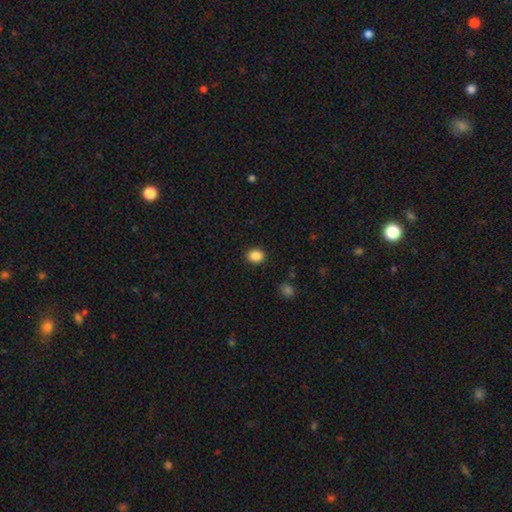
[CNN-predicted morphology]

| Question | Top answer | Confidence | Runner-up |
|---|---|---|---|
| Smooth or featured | smooth | 87% | star or artifact (10%) |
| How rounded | round | 50% | in between (49%) |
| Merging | none | 90% | minor disturbance (7%) |